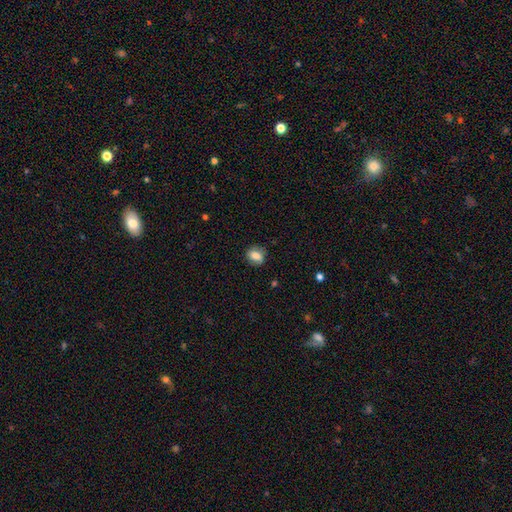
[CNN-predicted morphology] Smooth or featured? Predicted: smooth (p=0.76). How rounded? Predicted: round (p=0.53). Merging? Predicted: none (p=0.81).